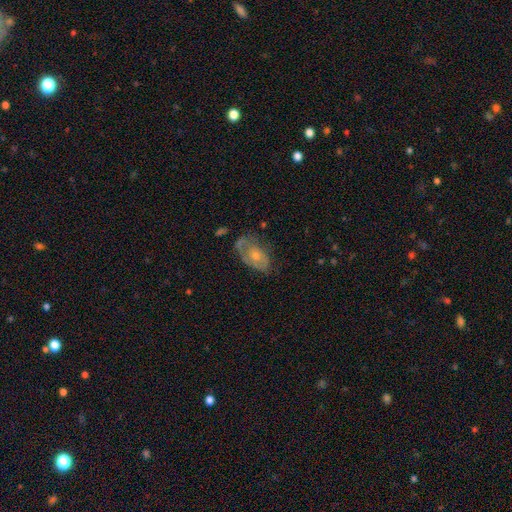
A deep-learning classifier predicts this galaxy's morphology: Smooth or featured? featured or disk (56%)
Edge-on disk? no (94%)
Bar? no (82%)
Spiral arms? yes (55%)
Bulge size? moderate (45%)
Merging? none (48%)